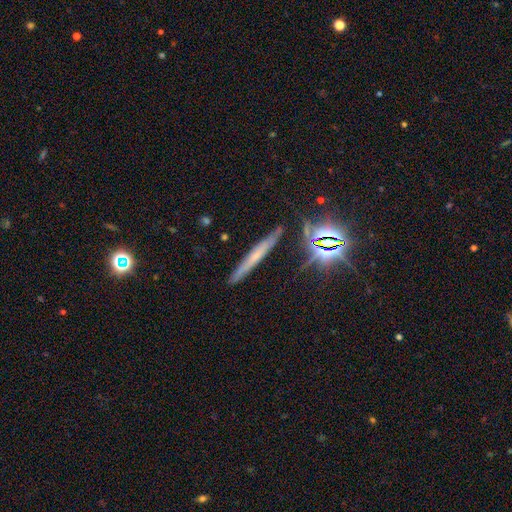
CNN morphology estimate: Q: Smooth or featured?
A: featured or disk (40%); tied with: smooth (40%)
Q: Merging?
A: none (86%); runner-up: minor disturbance (9%)